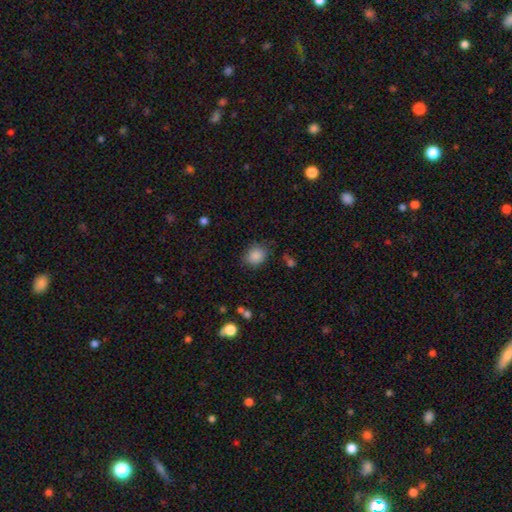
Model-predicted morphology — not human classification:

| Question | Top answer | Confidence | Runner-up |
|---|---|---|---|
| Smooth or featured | smooth | 86% | star or artifact (9%) |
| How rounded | round | 66% | in between (33%) |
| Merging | none | 78% | minor disturbance (16%) |